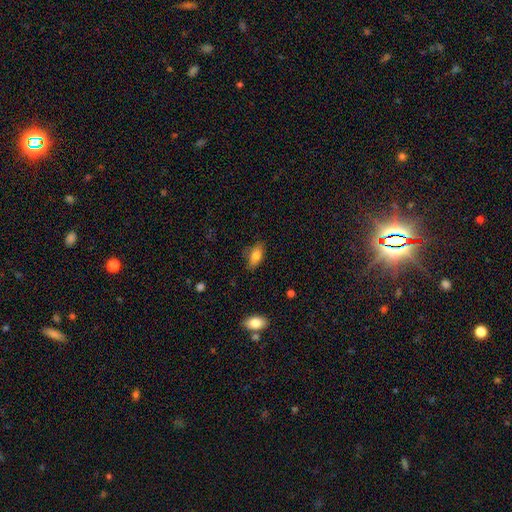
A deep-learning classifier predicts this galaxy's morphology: Smooth or featured? smooth (79%)
How rounded? in between (86%)
Merging? none (73%)